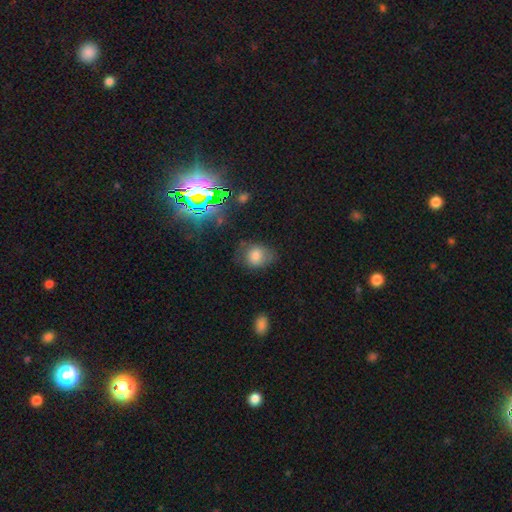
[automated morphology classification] Smooth or featured? smooth (72%)
How rounded? round (52%)
Merging? none (58%)